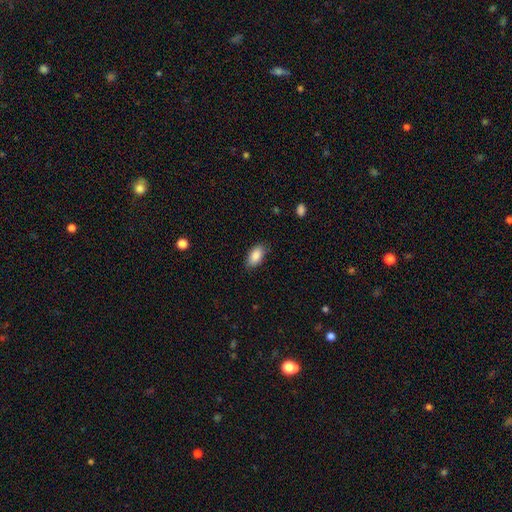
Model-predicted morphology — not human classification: Smooth or featured? smooth (88%)
How rounded? in between (92%)
Merging? none (84%)